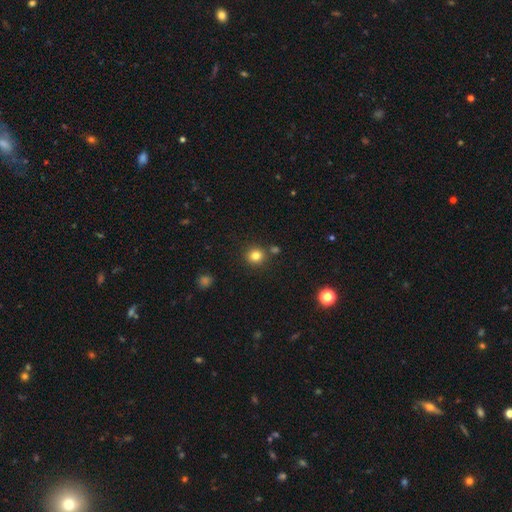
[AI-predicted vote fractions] Q: Smooth or featured?
A: smooth (81%); runner-up: star or artifact (13%)
Q: How rounded?
A: round (90%); runner-up: in between (9%)
Q: Merging?
A: none (82%); runner-up: minor disturbance (8%)